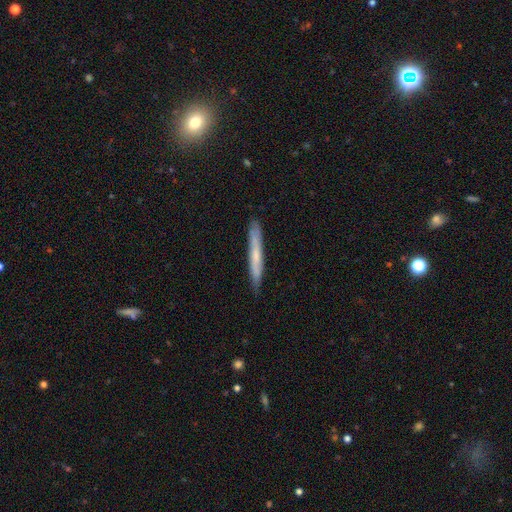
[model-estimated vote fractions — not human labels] A smooth galaxy with no disk features (57%) that is cigar-shaped (96%). Merging: none (86%).